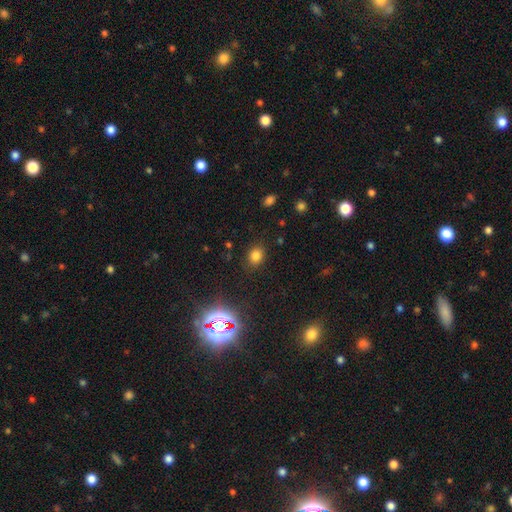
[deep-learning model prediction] Smooth or featured? Predicted: smooth (p=0.78). How rounded? Predicted: round (p=0.55). Merging? Predicted: none (p=0.84).